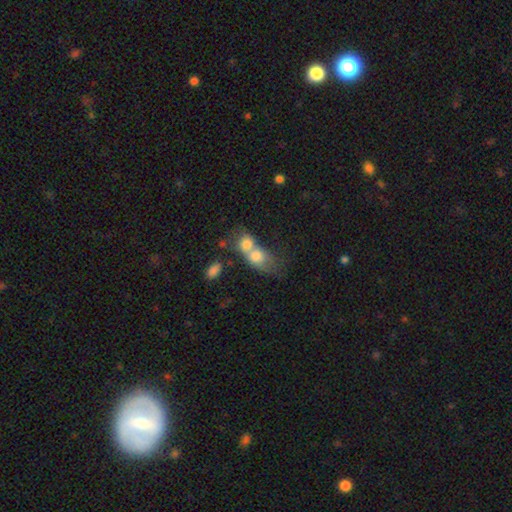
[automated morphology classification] smooth 71%, featured or disk 21%, star or artifact 8%. Down the decision tree: how rounded — in between (60%); merging — merger (78%).